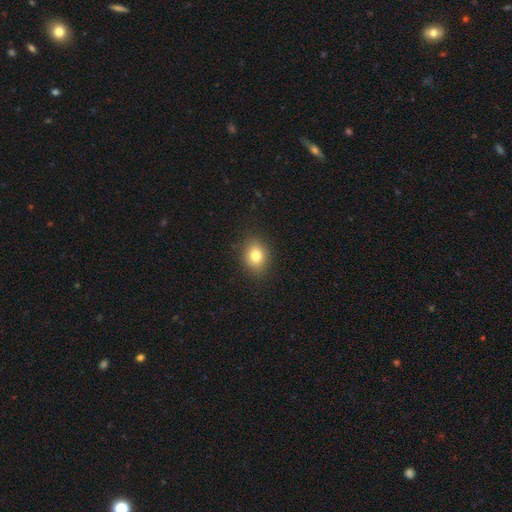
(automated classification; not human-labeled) smooth-or-featured: smooth: 79% | star or artifact: 11% | featured or disk: 10%
  how-rounded: in between: 52% | round: 47% | cigar-shaped: 1%
  merging: none: 86% | minor disturbance: 10% | major disturbance: 3% | merger: 1%